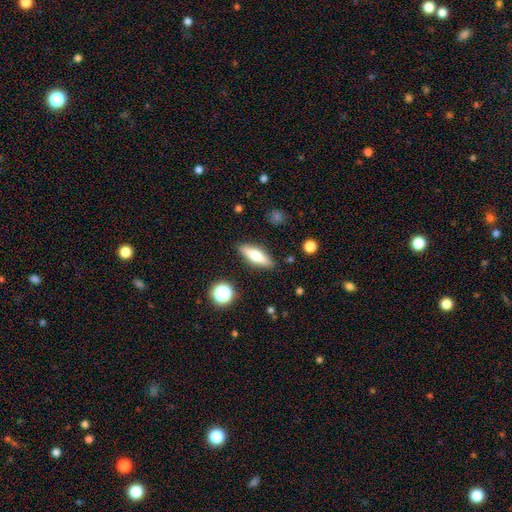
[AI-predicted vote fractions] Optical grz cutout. It shows a smooth galaxy with no disk features (60%) that is cigar-shaped (54%). Merging: none (86%).